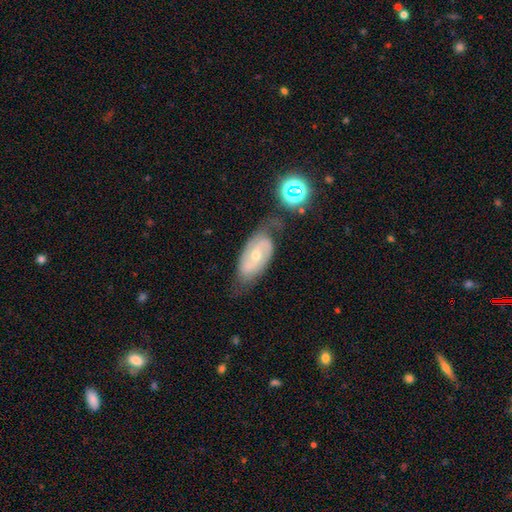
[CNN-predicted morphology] smooth-or-featured: featured or disk: 76% | smooth: 16% | star or artifact: 8%
  disk-edge-on: no: 94% | yes: 6%
    bar: no: 46% | weak: 40% | strong: 14%
    has-spiral-arms: yes: 92% | no: 8%
      spiral-winding: medium: 45% | tight: 38% | loose: 17%
      spiral-arm-count: 2: 80% | can't tell: 12% | 3: 3% | 1: 3% | 4: 1% | more than 4: 1%
    bulge-size: small: 49% | moderate: 47% | large: 1% | none: 1% | dominant: 1%
  merging: none: 59% | minor disturbance: 25% | major disturbance: 10% | merger: 6%